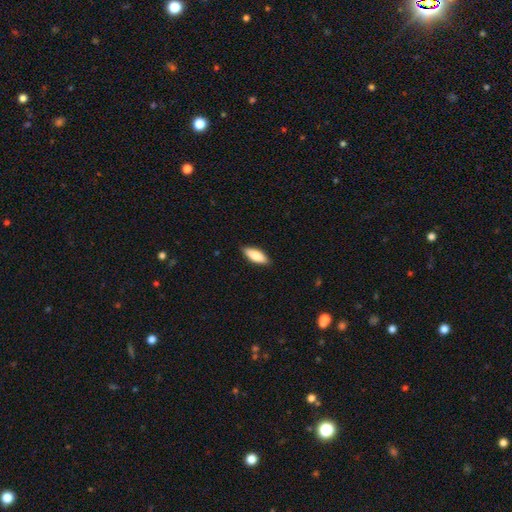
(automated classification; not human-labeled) A smooth galaxy with no disk features (79%) that is in between round and cigar-shaped (66%).

Vote fractions:
- Smooth or featured? smooth: 79% / featured or disk: 15% / star or artifact: 6%
- How rounded? in between: 66% / cigar-shaped: 32% / round: 2%
- Merging? none: 87% / minor disturbance: 10% / major disturbance: 2% / merger: 1%